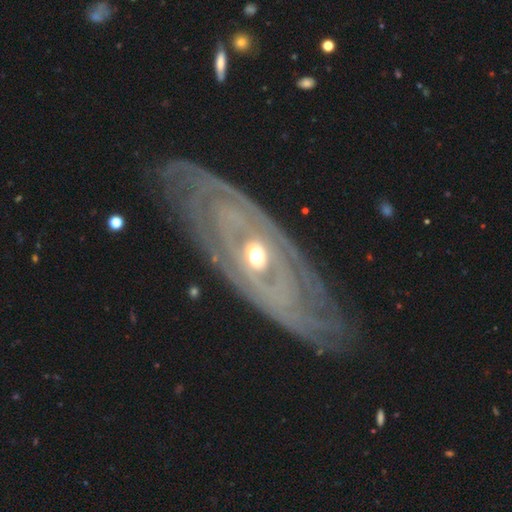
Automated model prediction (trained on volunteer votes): This appears to be a featured or disk galaxy (85%) with no bar (75%), tight (70%) spiral arms (70%) and a moderate central bulge (68%). Merging: none (71%).